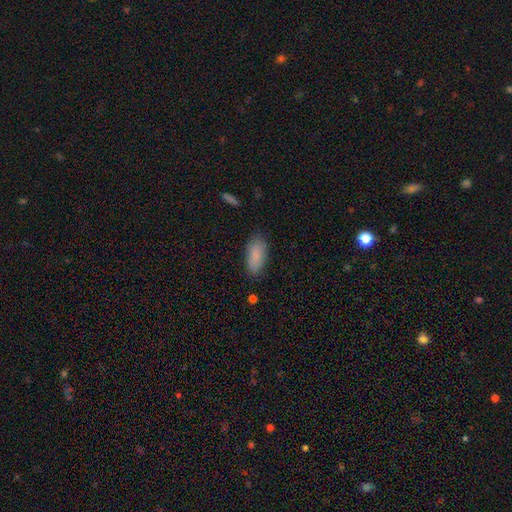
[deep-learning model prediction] Overall: smooth (85%). How rounded: in between (85%). Merging: none (80%).